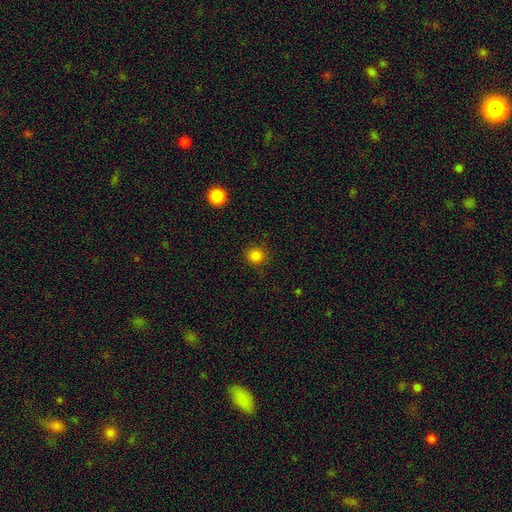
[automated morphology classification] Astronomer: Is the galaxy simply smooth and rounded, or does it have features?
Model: smooth — 83%.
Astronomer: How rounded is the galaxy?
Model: round — 92%.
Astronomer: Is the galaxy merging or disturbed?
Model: none — 89%.